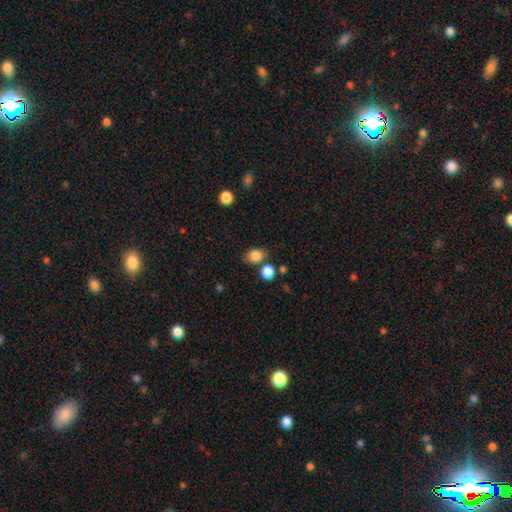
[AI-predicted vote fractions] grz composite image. It shows a smooth galaxy with no disk features (84%) that is in between round and cigar-shaped (64%). Merging: none (69%).